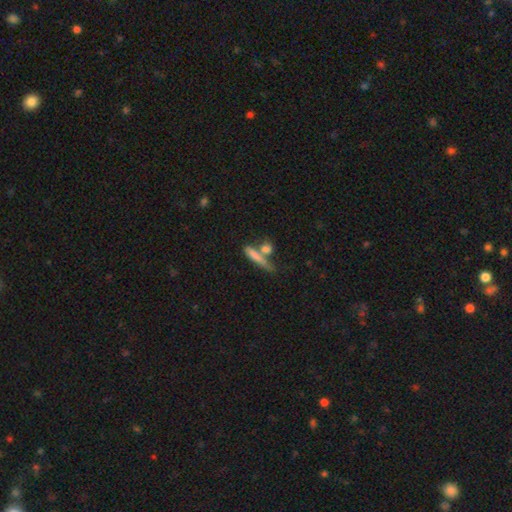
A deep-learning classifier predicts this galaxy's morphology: Smooth or featured? Predicted: smooth (p=0.71). How rounded? Predicted: cigar-shaped (p=0.71). Merging? Predicted: none (p=0.44).